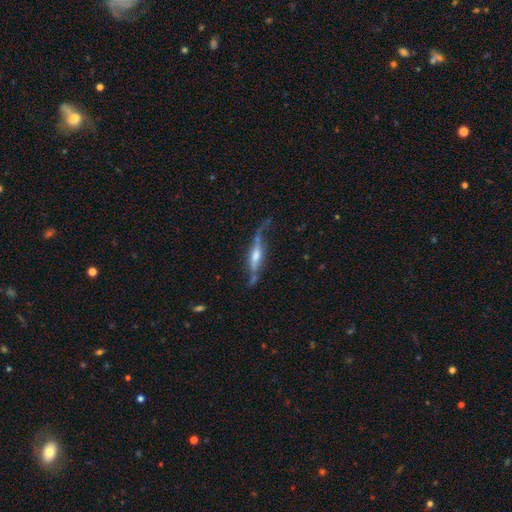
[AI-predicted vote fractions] Smooth or featured? Predicted: featured or disk (p=0.74). Edge-on disk? Predicted: yes (p=0.75). Edge-on bulge? Predicted: rounded (p=0.69). Merging? Predicted: none (p=0.49).